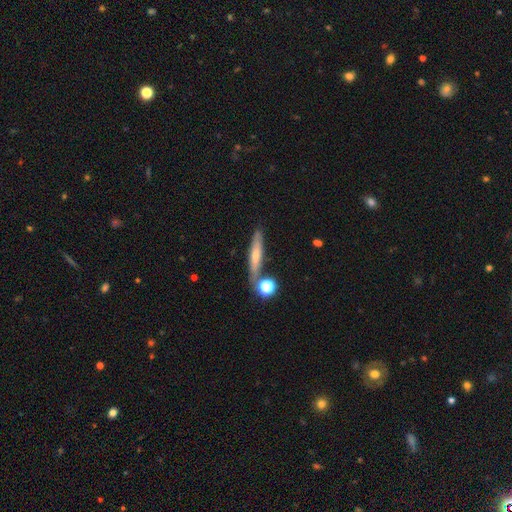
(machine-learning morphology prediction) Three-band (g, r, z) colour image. It shows a smooth galaxy with no disk features (57%) that is cigar-shaped (84%). Merging: none (70%).